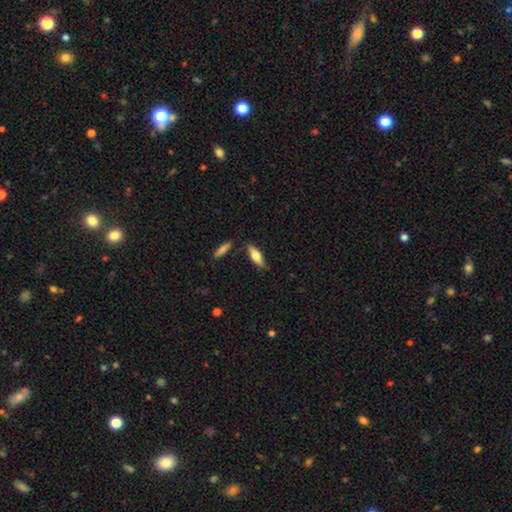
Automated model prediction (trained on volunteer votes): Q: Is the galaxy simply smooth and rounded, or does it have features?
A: smooth — 67%.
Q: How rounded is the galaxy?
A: in between — 54%.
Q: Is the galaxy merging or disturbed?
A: none — 79%.